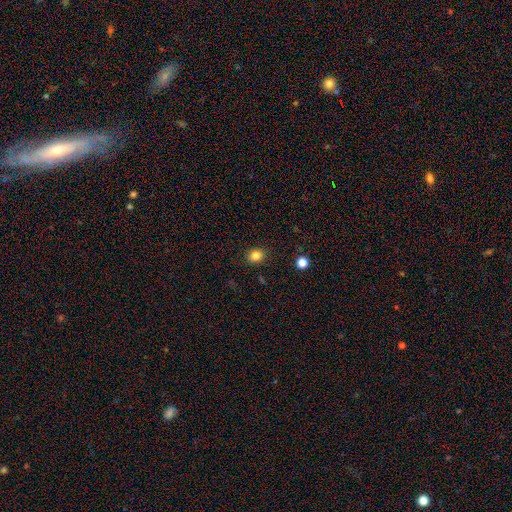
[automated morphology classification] The model was most divided on "how rounded": round: 70%, in between: 29%, cigar-shaped: 1%. More confident: merging — none (89%); smooth or featured — smooth (83%).